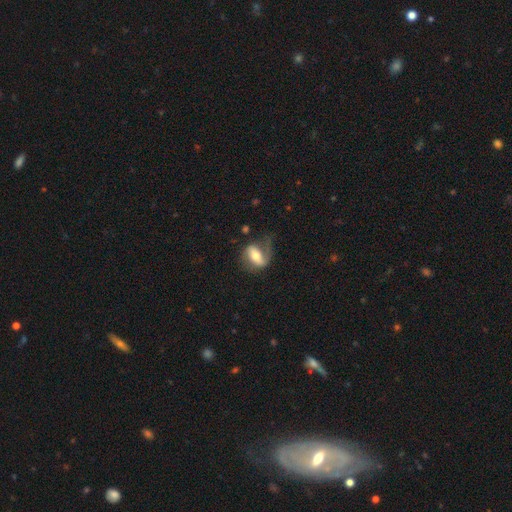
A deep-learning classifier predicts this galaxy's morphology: A featured or disk galaxy (58%) with a strong bar (42%), spiral arms (79%) and a moderate central bulge (60%).

Vote fractions:
- Smooth or featured? featured or disk: 58% / smooth: 35% / star or artifact: 7%
- Edge-on disk? no: 92% / yes: 8%
- Bar? strong: 42% / weak: 31% / no: 27%
- Spiral arms? yes: 79% / no: 21%
- Bulge size? moderate: 60% / small: 20% / large: 15% / dominant: 2% / none: 2%
- Merging? none: 44% / major disturbance: 28% / minor disturbance: 25% / merger: 3%